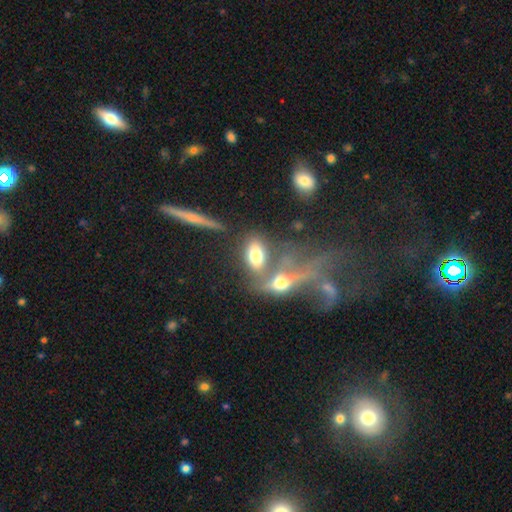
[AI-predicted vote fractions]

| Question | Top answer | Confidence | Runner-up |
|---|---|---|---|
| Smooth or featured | smooth | 69% | featured or disk (21%) |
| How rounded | in between | 86% | round (10%) |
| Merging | none | 40% | merger (38%) |